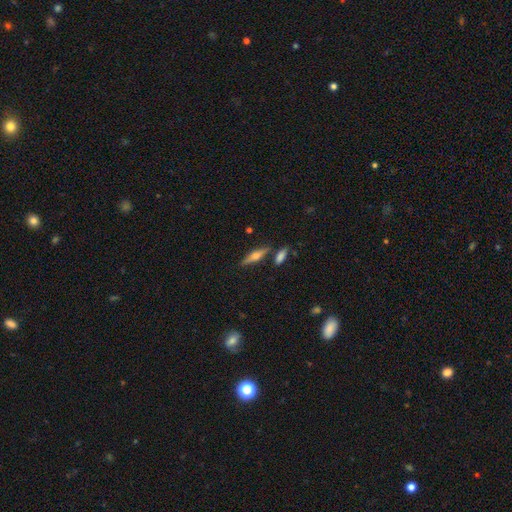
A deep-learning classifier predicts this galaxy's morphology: Smooth or featured? featured or disk (61%)
Edge-on disk? yes (96%)
Edge-on bulge? rounded (91%)
Merging? none (81%)